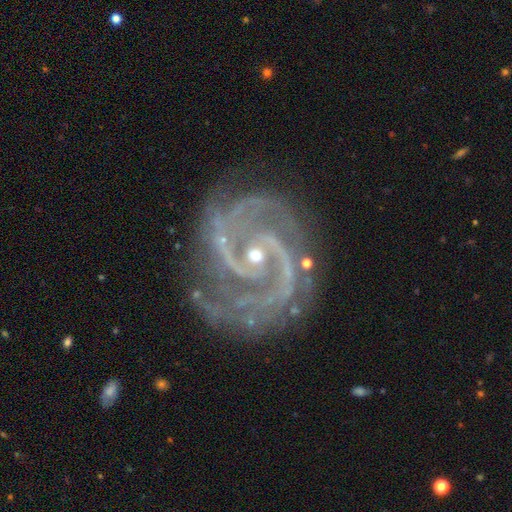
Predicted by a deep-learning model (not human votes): Morphology: type=featured or disk (93%); edge-on=no (98%); bar=no (56%); spiral arms=yes (99%); winding=tight (53%); arm count=2 (59%); bulge=small (52%); merging=none (72%).